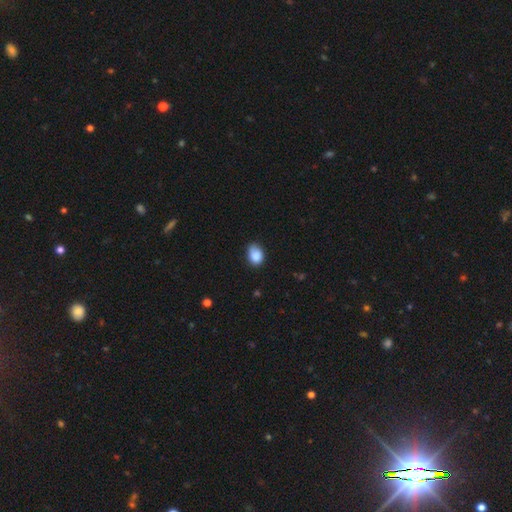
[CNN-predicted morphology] smooth-or-featured: smooth: 86% | star or artifact: 8% | featured or disk: 6%
  how-rounded: in between: 72% | round: 27% | cigar-shaped: 1%
  merging: none: 59% | minor disturbance: 32% | major disturbance: 6% | merger: 2%